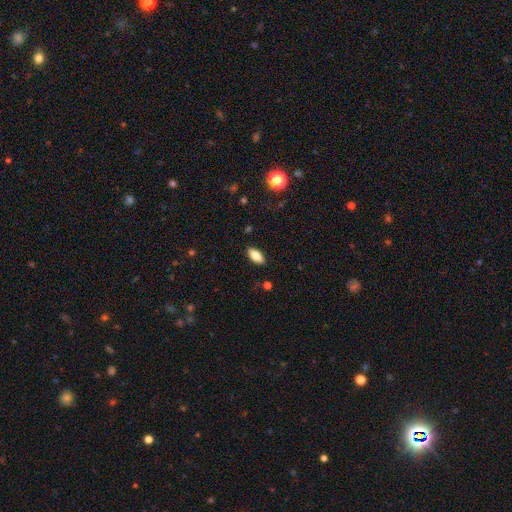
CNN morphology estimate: smooth-or-featured: smooth: 81% | featured or disk: 12% | star or artifact: 7%
  how-rounded: in between: 88% | cigar-shaped: 10% | round: 2%
  merging: none: 87% | minor disturbance: 9% | major disturbance: 2% | merger: 1%